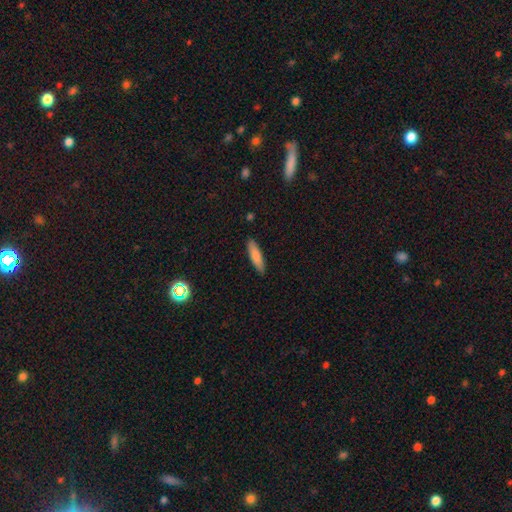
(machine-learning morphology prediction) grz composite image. It shows a smooth galaxy with no disk features (83%) that is cigar-shaped (72%). Merging: none (89%).